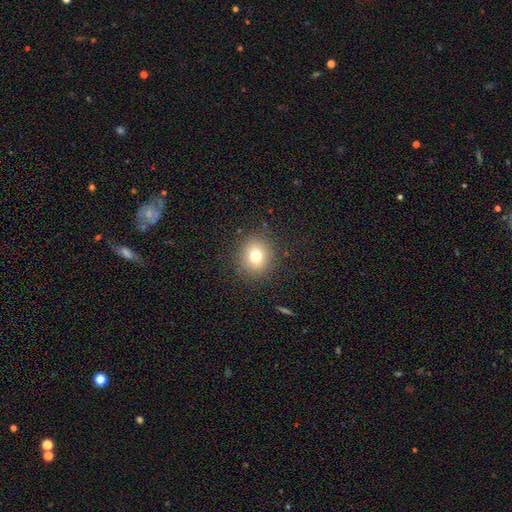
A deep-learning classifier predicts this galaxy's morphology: Overall: smooth (75%). How rounded: round (84%). Merging: none (88%).